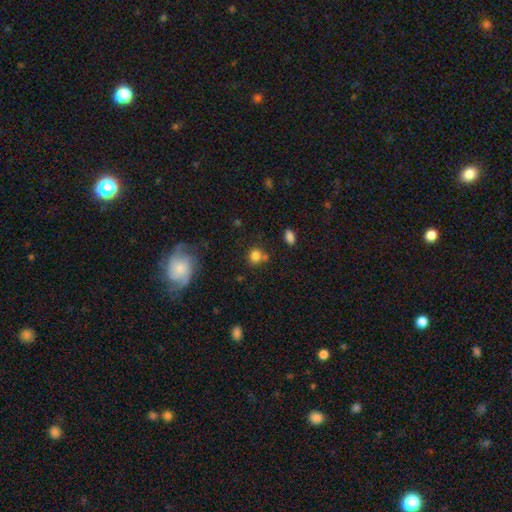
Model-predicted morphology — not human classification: Smooth or featured: smooth — 81% (star or artifact — 13%)
How rounded: round — 81% (in between — 18%)
Merging: none — 63% (merger — 19%)